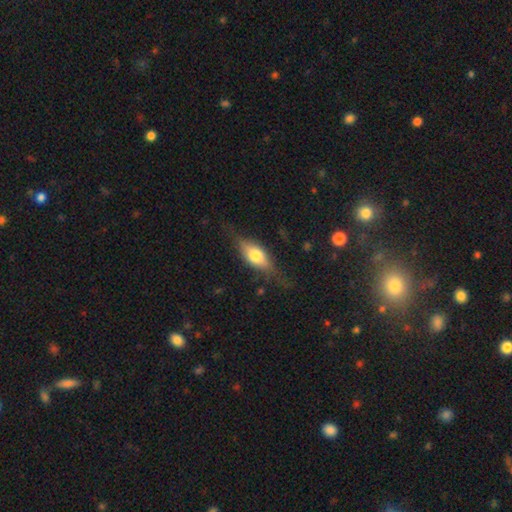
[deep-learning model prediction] smooth 55%, featured or disk 38%, star or artifact 7%. Down the decision tree: how rounded — in between (72%); merging — none (67%).